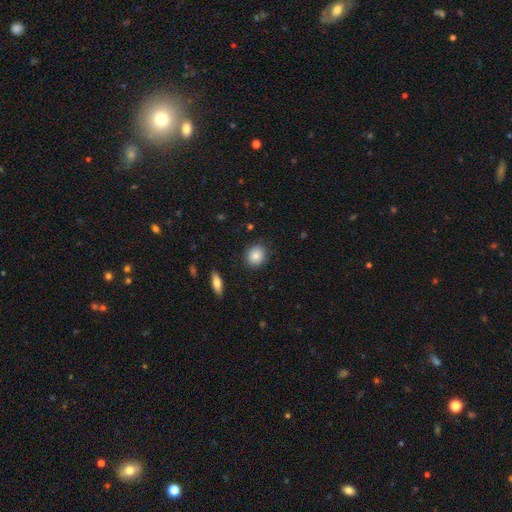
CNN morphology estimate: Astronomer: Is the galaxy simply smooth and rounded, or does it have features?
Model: smooth — 82%.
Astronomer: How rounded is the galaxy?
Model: round — 84%.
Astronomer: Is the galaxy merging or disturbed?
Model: none — 88%.